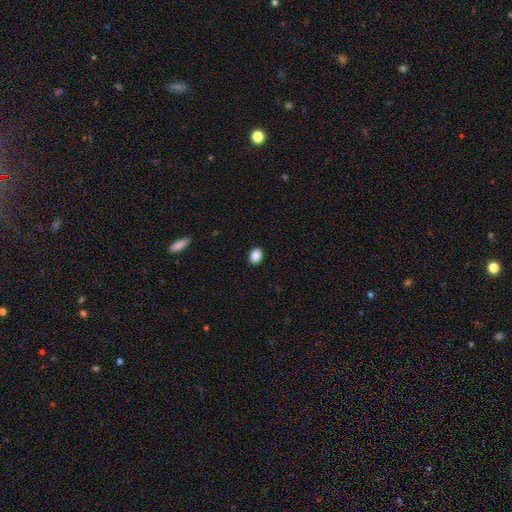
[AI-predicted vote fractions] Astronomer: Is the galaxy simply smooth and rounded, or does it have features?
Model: smooth — 88%.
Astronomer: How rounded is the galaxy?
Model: in between — 69%.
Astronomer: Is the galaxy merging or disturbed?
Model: none — 91%.